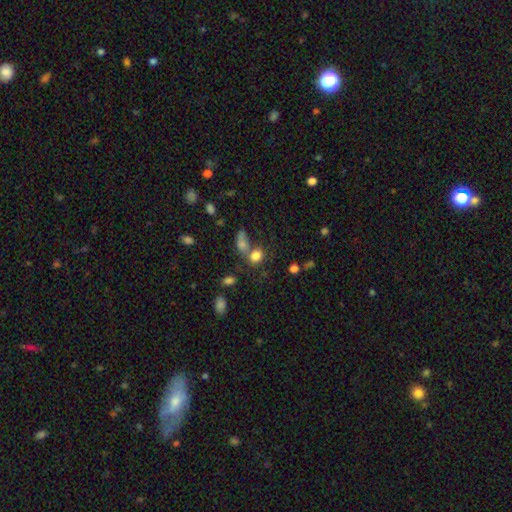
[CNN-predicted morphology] This is likely a smooth galaxy (79%). How rounded: possibly round (59%). Merging: marginally none (45%).